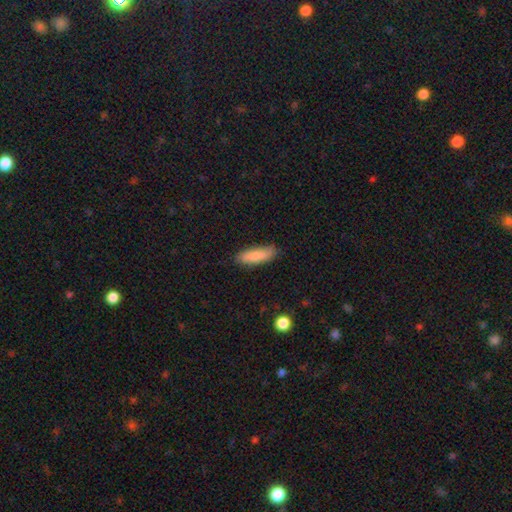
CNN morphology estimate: smooth 84%, featured or disk 10%, star or artifact 6%. Down the decision tree: how rounded — cigar-shaped (52%); merging — none (83%).